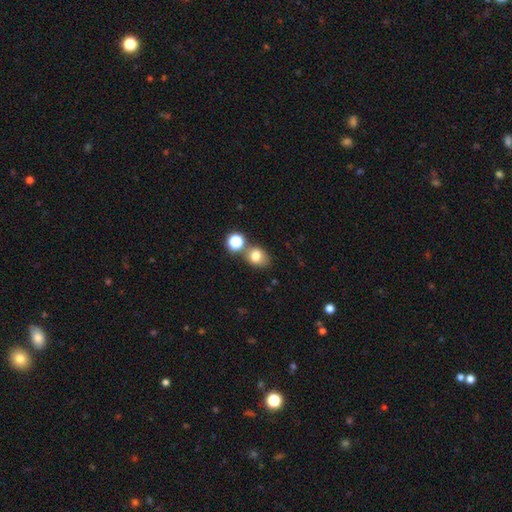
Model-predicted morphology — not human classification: type=smooth (76%); roundness=round (53%); merging=none (57%).